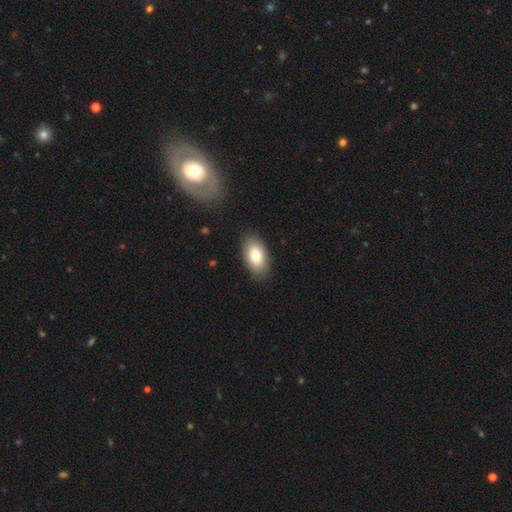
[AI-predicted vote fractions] The model was most divided on "smooth or featured": smooth: 77%, featured or disk: 15%, star or artifact: 8%. More confident: how rounded — in between (92%); merging — none (87%).